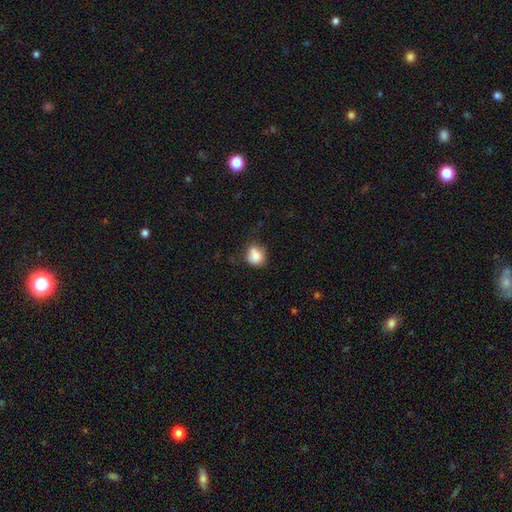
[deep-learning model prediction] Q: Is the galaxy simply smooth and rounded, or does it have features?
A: smooth — 79%.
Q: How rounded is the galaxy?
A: round — 78%.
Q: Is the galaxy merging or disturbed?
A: none — 60%.